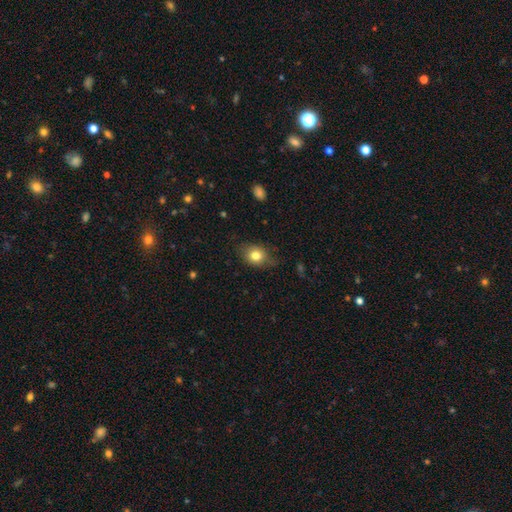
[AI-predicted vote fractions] This is likely a smooth galaxy (79%). How rounded: possibly in between (57%). Merging: likely none (70%).